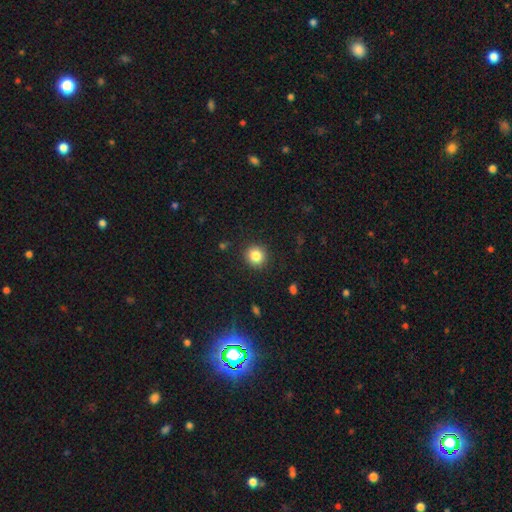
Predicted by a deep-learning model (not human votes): Smooth or featured: smooth — 84% (star or artifact — 10%)
How rounded: round — 90% (in between — 9%)
Merging: none — 91% (minor disturbance — 6%)